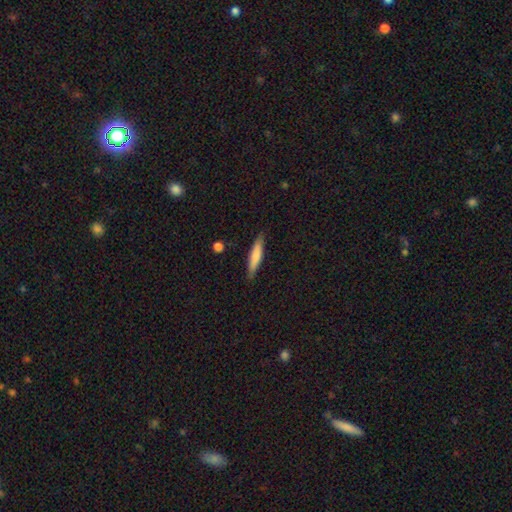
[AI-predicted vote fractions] Smooth or featured? smooth (73%)
How rounded? cigar-shaped (86%)
Merging? none (86%)